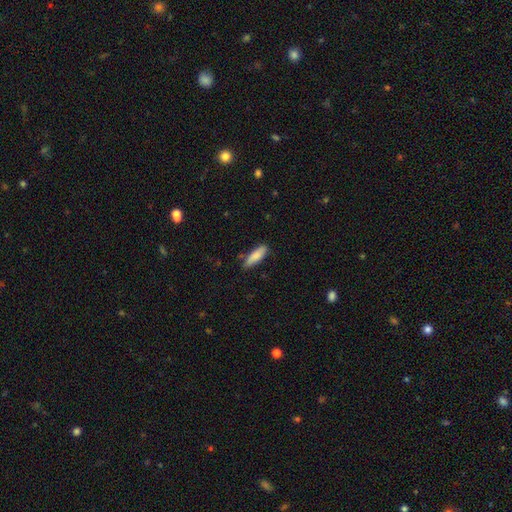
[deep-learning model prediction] Morphology: type=smooth (84%); roundness=in between (49%, tied with cigar-shaped); merging=none (77%).